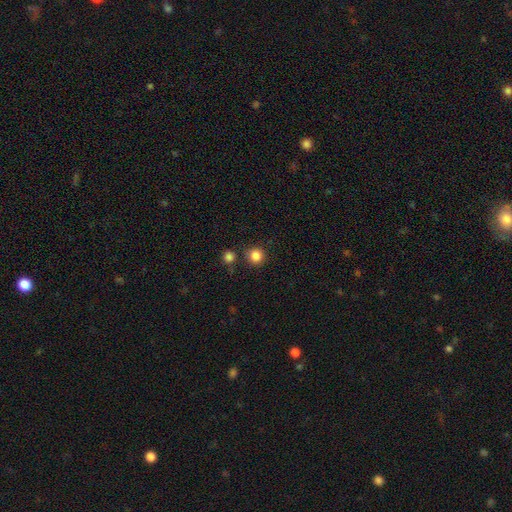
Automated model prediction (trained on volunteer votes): Morphology: type=smooth (84%); roundness=round (94%); merging=none (82%).